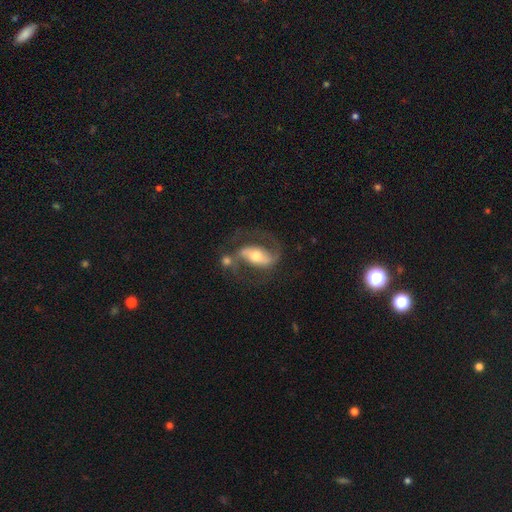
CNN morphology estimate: Smooth or featured? featured or disk (80%)
Edge-on disk? no (95%)
Bar? strong (46%)
Spiral arms? yes (89%)
Spiral winding? medium (49%)
Spiral arm count? 2 (88%)
Bulge size? moderate (69%)
Merging? none (55%)